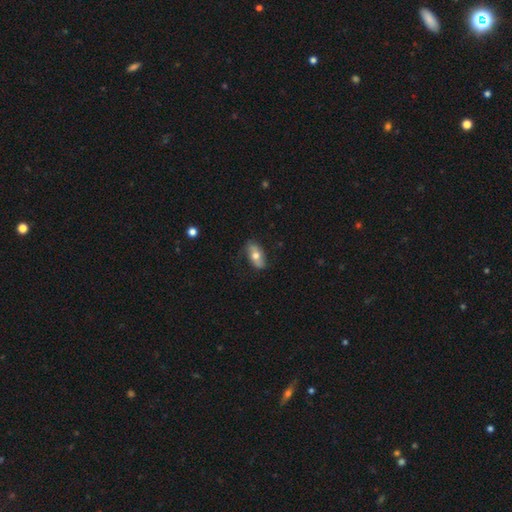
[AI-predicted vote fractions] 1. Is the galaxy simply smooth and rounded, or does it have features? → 57% smooth, 37% featured or disk, 7% star or artifact.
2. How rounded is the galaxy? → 89% in between, 6% cigar-shaped, 5% round.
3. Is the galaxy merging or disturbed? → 73% none, 20% minor disturbance, 5% major disturbance, 1% merger.